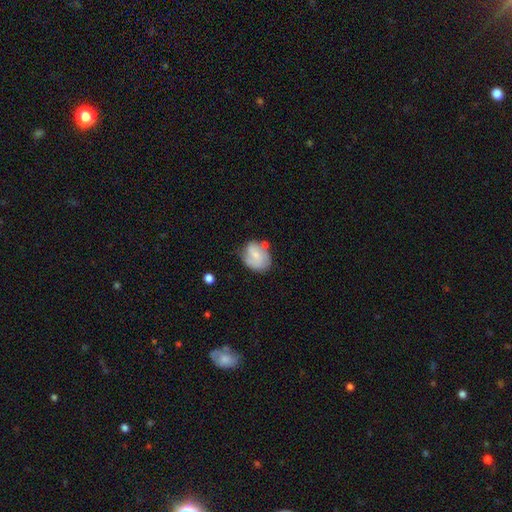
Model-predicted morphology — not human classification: Overall: smooth (56%; featured or disk 36%). How rounded: in between (59%; round 40%). Merging: none (48%; minor disturbance 31%).